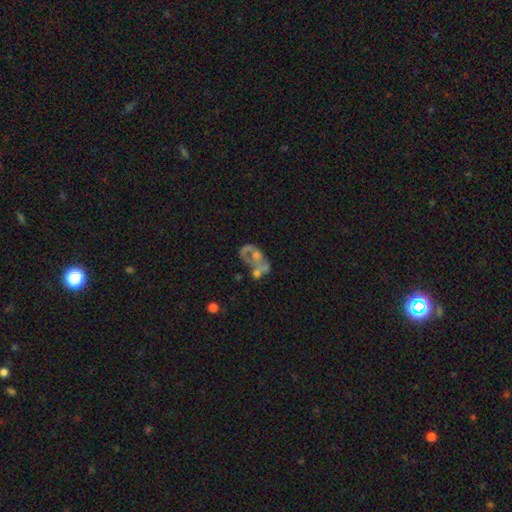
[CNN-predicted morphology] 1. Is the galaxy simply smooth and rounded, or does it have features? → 63% featured or disk, 24% smooth, 13% star or artifact.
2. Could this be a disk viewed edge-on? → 97% no, 3% yes.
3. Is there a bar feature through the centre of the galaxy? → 89% no, 9% weak, 3% strong.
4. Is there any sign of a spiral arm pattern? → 80% no, 20% yes.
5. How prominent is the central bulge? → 35% moderate, 34% none, 24% small, 5% large, 2% dominant.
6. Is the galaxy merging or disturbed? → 34% merger, 27% none, 24% major disturbance, 14% minor disturbance.